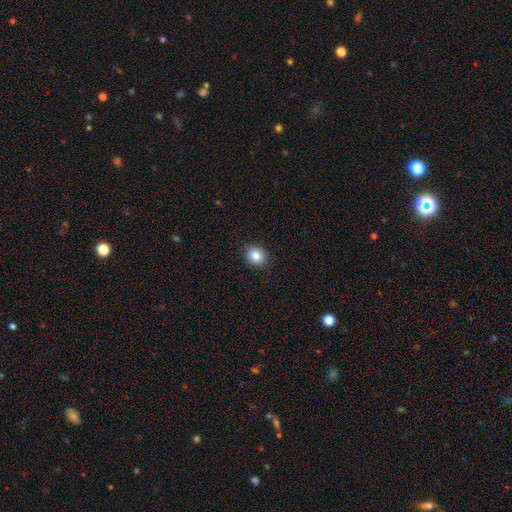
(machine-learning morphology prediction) smooth_or_featured: smooth (p=0.85) [alt: star or artifact p=0.10]
how_rounded: round (p=0.66) [alt: in between p=0.33]
merging: none (p=0.90) [alt: minor disturbance p=0.07]